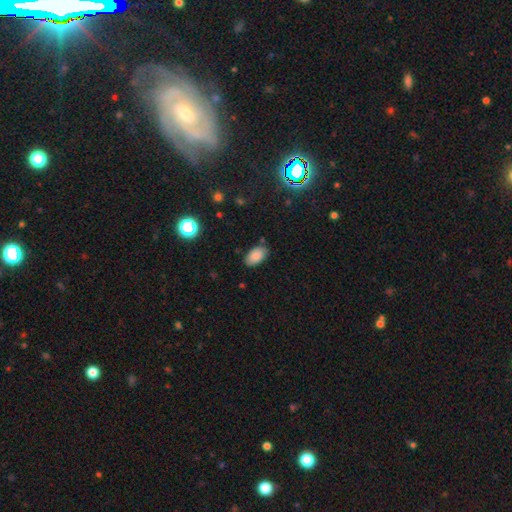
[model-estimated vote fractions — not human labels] Overall: smooth (85%). How rounded: in between (94%). Merging: none (81%).